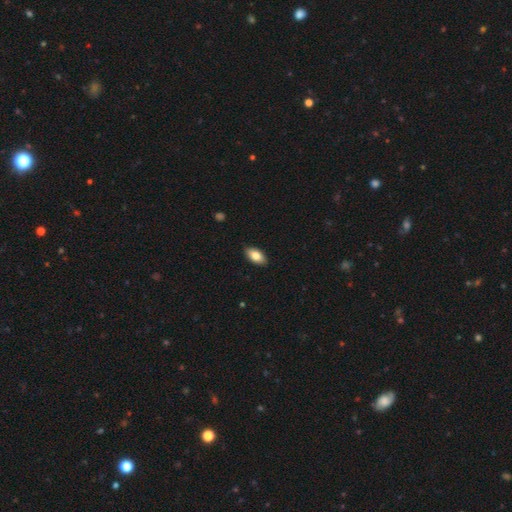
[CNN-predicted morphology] This appears to be a smooth galaxy with no disk features (82%) that is in between round and cigar-shaped (93%). Merging: none (89%).